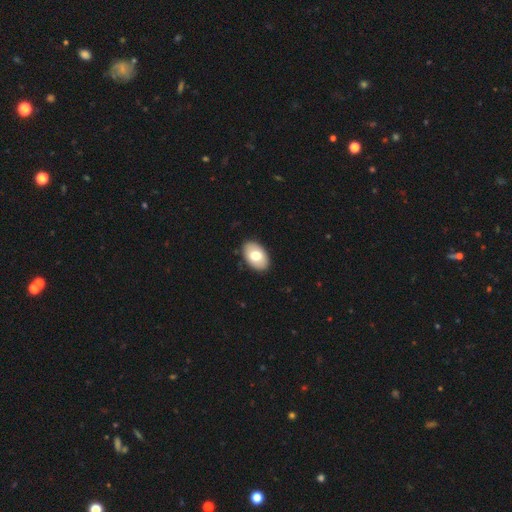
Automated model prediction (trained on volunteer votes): Smooth or featured? Predicted: smooth (p=0.73). How rounded? Predicted: in between (p=0.91). Merging? Predicted: none (p=0.90).